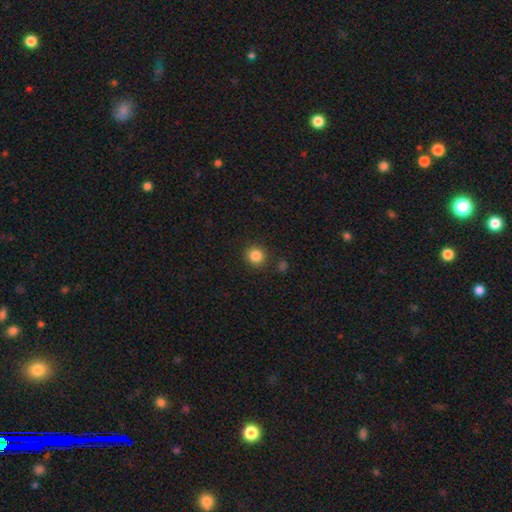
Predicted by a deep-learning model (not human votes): The model was most divided on "smooth or featured": smooth: 85%, star or artifact: 11%, featured or disk: 4%. More confident: how rounded — round (90%); merging — none (88%).